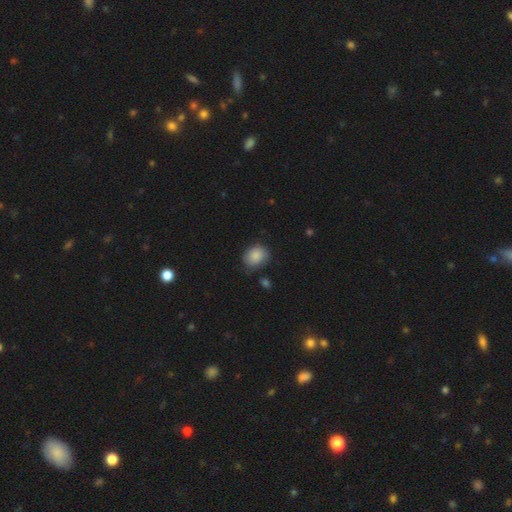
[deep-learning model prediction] A smooth galaxy with no disk features (86%) that is round (56%). Merging: none (73%).